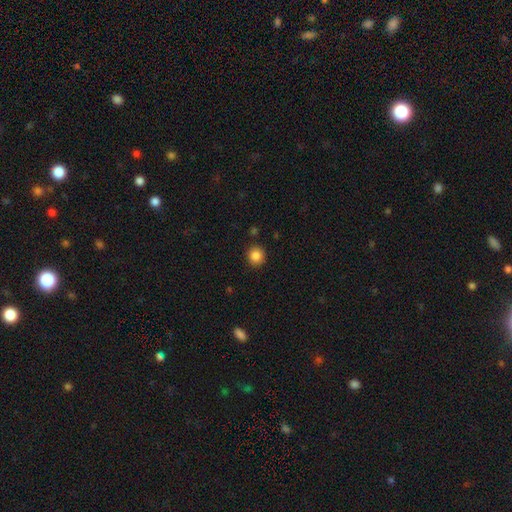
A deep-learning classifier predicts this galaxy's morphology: Smooth or featured? Predicted: smooth (p=0.85). How rounded? Predicted: round (p=0.90). Merging? Predicted: none (p=0.91).